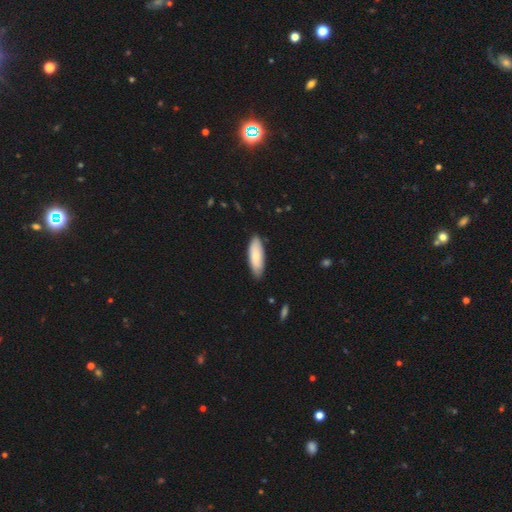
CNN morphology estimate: This appears to be a smooth galaxy with no disk features (78%) that is in between round and cigar-shaped (64%). Merging: none (84%).